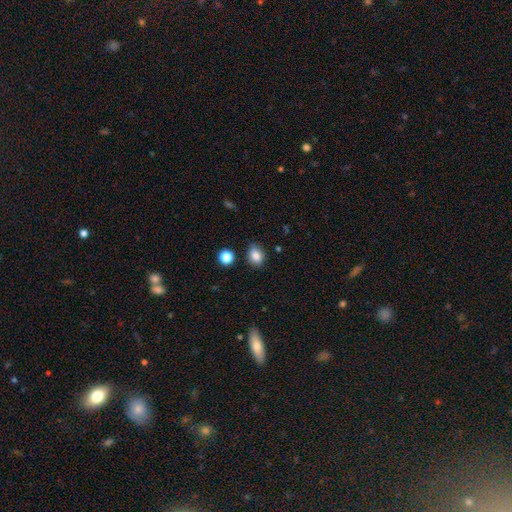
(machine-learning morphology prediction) The model was most divided on "how rounded": in between: 57%, round: 42%, cigar-shaped: 1%. More confident: smooth or featured — smooth (84%); merging — none (75%).